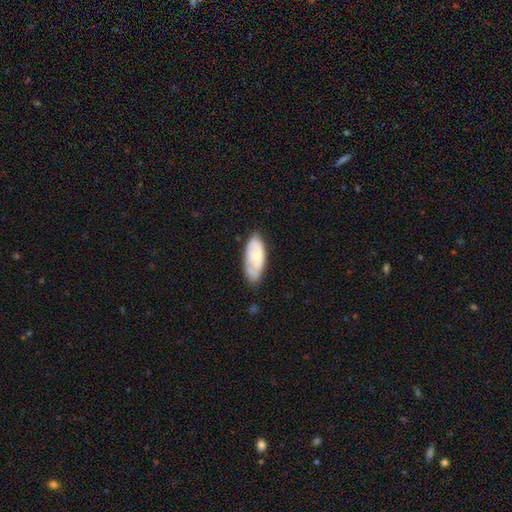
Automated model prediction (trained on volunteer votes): Smooth or featured: smooth — 62% (featured or disk — 32%)
How rounded: in between — 86% (cigar-shaped — 12%)
Merging: none — 65% (minor disturbance — 27%)